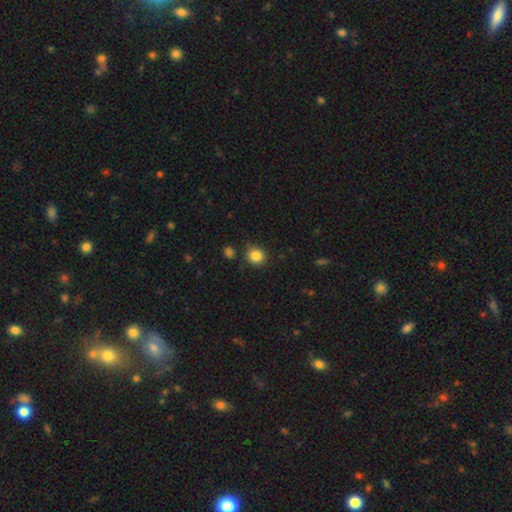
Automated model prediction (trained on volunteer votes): Smooth or featured: smooth — 85% (star or artifact — 10%)
How rounded: round — 87% (in between — 12%)
Merging: none — 83% (minor disturbance — 11%)